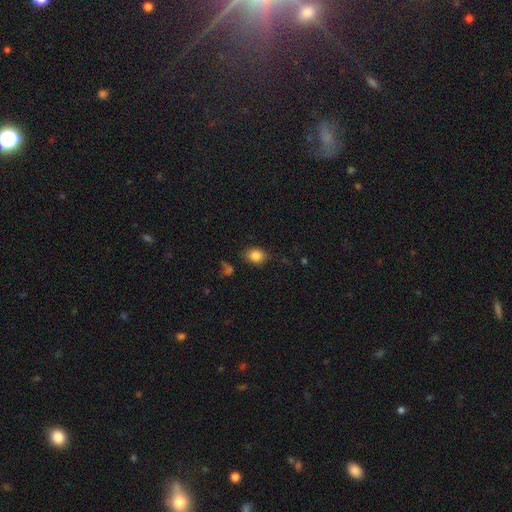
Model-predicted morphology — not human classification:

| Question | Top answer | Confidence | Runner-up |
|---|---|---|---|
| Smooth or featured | smooth | 83% | star or artifact (10%) |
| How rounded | in between | 53% | round (46%) |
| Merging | none | 79% | minor disturbance (15%) |